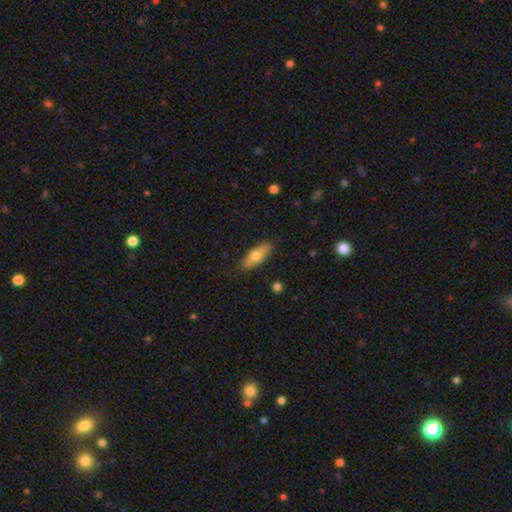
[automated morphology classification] Overall: smooth (68%). How rounded: in between (70%). Merging: none (83%).